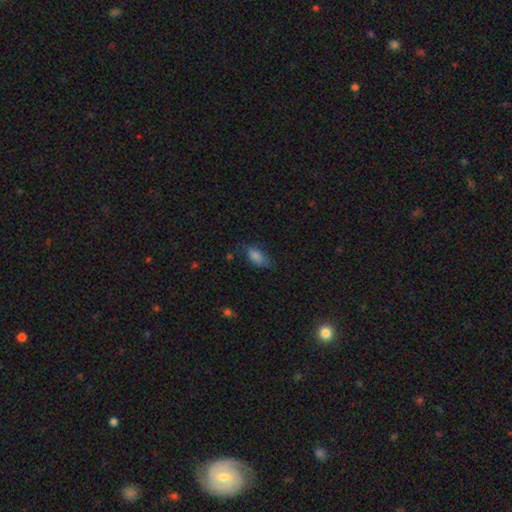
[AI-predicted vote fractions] This is clearly a smooth galaxy (80%). How rounded: clearly in between (86%). Merging: likely none (64%).